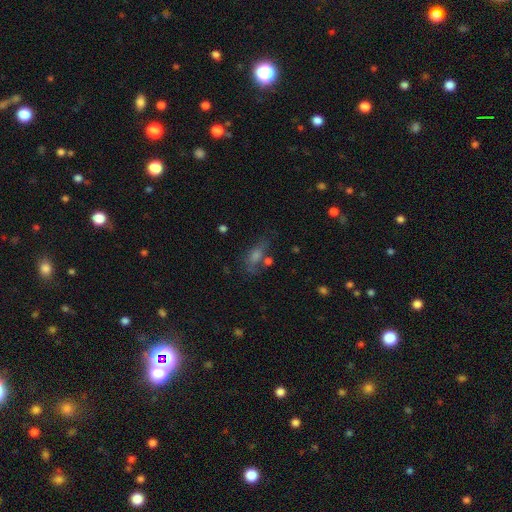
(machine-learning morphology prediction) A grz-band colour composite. It shows a smooth galaxy with no disk features (48%). Merging: none (55%).